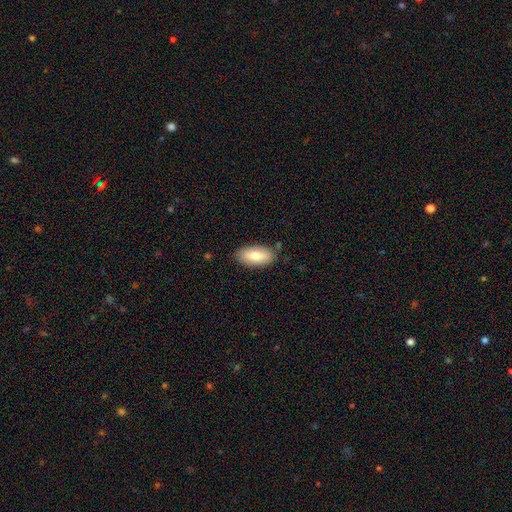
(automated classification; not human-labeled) smooth 78%, featured or disk 16%, star or artifact 6%. Down the decision tree: how rounded — in between (90%); merging — none (84%).